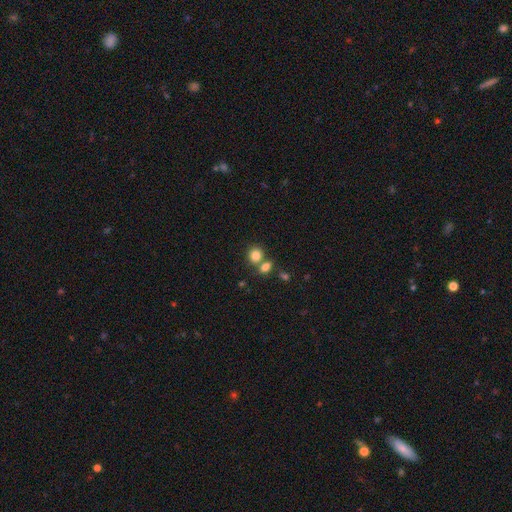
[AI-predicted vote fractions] smooth_or_featured: smooth (p=0.83) [alt: star or artifact p=0.11]
how_rounded: round (p=0.69) [alt: in between p=0.30]
merging: none (p=0.53) [alt: merger p=0.34]